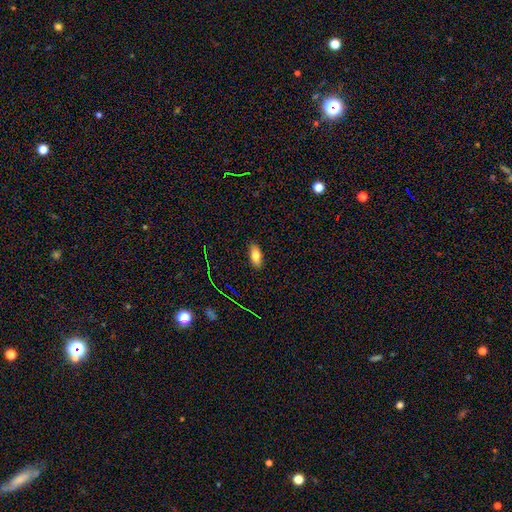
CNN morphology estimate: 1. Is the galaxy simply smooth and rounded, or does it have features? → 78% smooth, 12% featured or disk, 10% star or artifact.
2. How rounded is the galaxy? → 88% in between, 10% cigar-shaped, 3% round.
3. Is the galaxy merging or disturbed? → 88% none, 9% minor disturbance, 2% major disturbance, 1% merger.